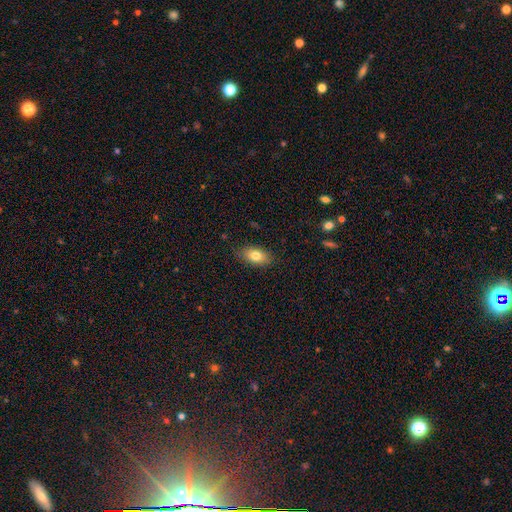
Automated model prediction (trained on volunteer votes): A smooth galaxy with no disk features (79%) that is in between round and cigar-shaped (89%).

Vote fractions:
- Smooth or featured? smooth: 79% / featured or disk: 13% / star or artifact: 8%
- How rounded? in between: 89% / round: 7% / cigar-shaped: 5%
- Merging? none: 84% / minor disturbance: 12% / major disturbance: 3% / merger: 1%